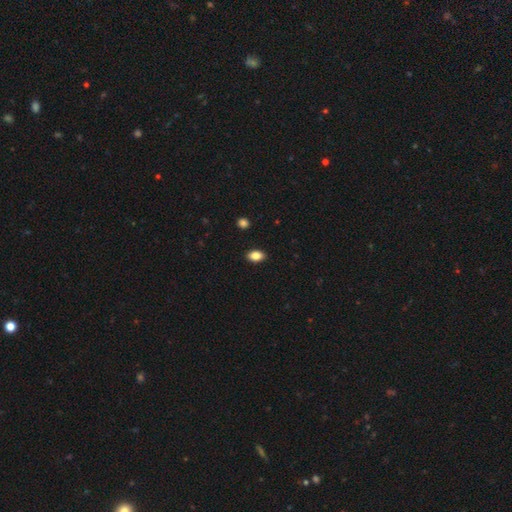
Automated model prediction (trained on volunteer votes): Morphology: type=smooth (85%); roundness=in between (87%); merging=none (90%).